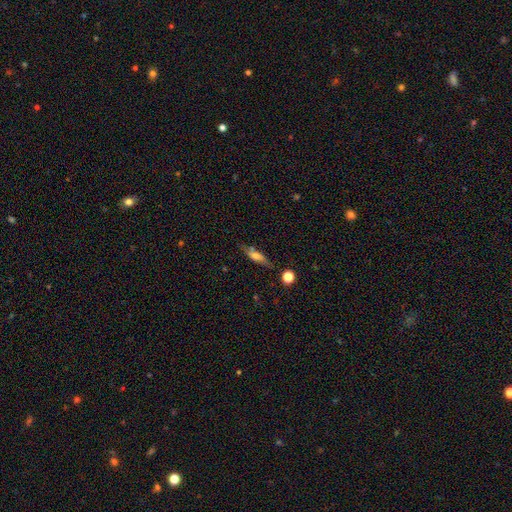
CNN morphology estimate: smooth 50%, featured or disk 41%, star or artifact 9%. Down the decision tree: merging — none (73%).